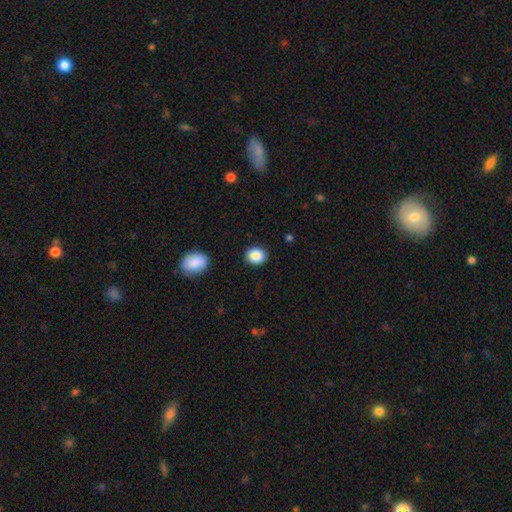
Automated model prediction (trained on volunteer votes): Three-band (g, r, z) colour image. It shows a smooth galaxy with no disk features (88%) that is round (76%). Merging: none (89%).